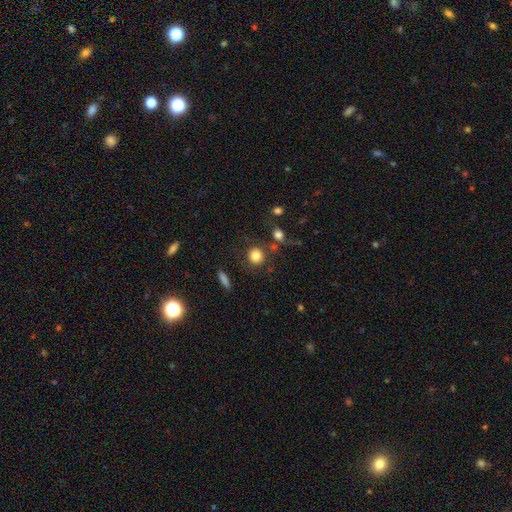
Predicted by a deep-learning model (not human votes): Morphology: type=smooth (81%); roundness=round (89%); merging=none (78%).